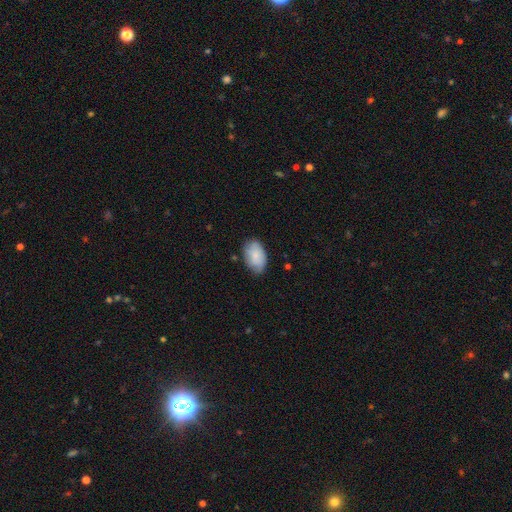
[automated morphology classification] Q: Smooth or featured?
A: smooth (80%); runner-up: featured or disk (13%)
Q: How rounded?
A: in between (91%); runner-up: round (7%)
Q: Merging?
A: none (73%); runner-up: minor disturbance (22%)